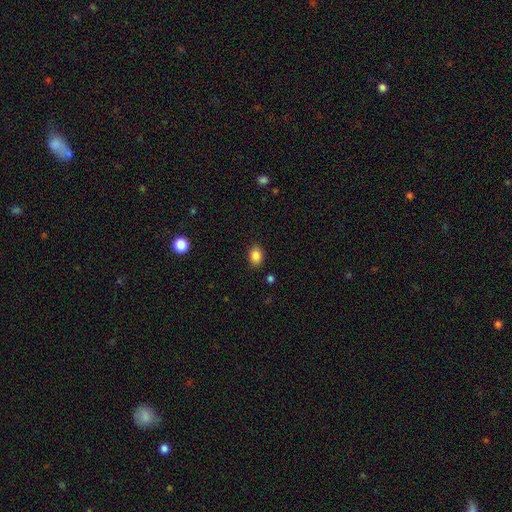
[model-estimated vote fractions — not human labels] Smooth or featured? Predicted: smooth (p=0.86). How rounded? Predicted: in between (p=0.68). Merging? Predicted: none (p=0.86).